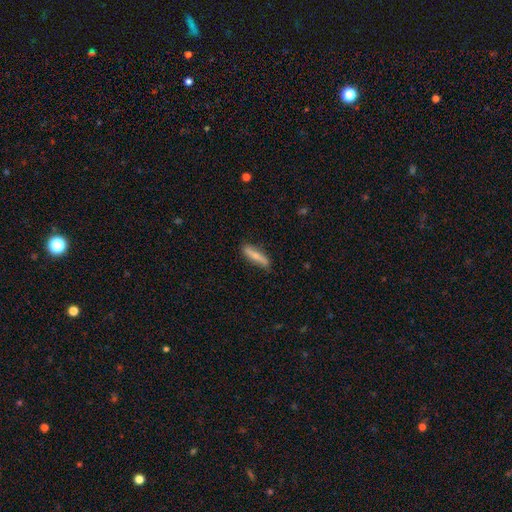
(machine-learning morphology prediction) This appears to be a smooth galaxy with no disk features (67%) that is cigar-shaped (76%). Merging: none (79%).